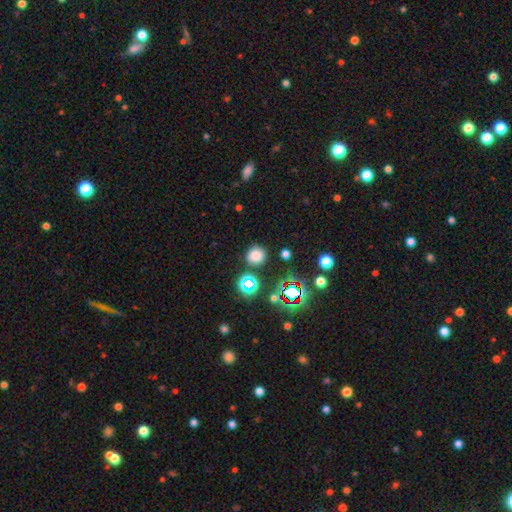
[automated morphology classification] A smooth galaxy with no disk features (73%) that is round (91%).

Vote fractions:
- Smooth or featured? smooth: 73% / star or artifact: 21% / featured or disk: 6%
- How rounded? round: 91% / in between: 8% / cigar-shaped: 1%
- Merging? none: 84% / minor disturbance: 9% / merger: 4% / major disturbance: 3%